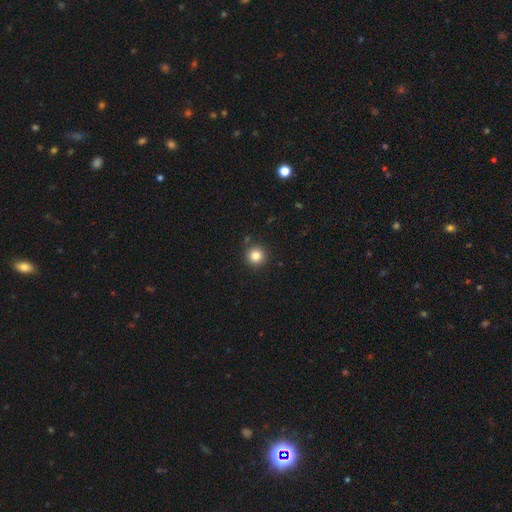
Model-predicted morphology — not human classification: Smooth or featured?
  - smooth: 84% *
  - star or artifact: 11%
  - featured or disk: 5%
How rounded?
  - round: 95% *
  - in between: 4%
  - cigar-shaped: 1%
Merging?
  - none: 90% *
  - minor disturbance: 6%
  - merger: 2%
  - major disturbance: 2%